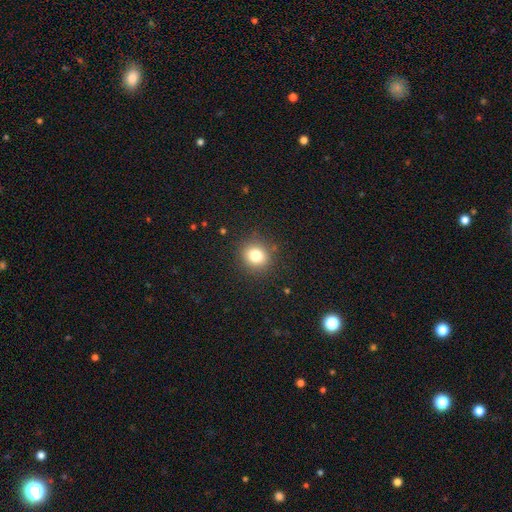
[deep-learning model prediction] smooth 80%, star or artifact 13%, featured or disk 8%. Down the decision tree: how rounded — round (83%); merging — none (88%).